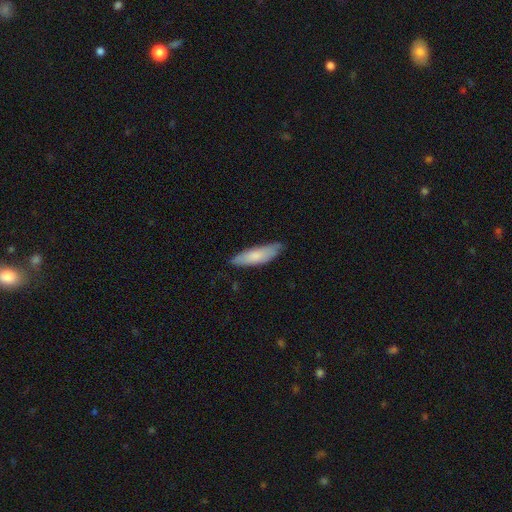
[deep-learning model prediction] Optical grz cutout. It shows a smooth galaxy with no disk features (78%) that is cigar-shaped (54%). Merging: none (75%).